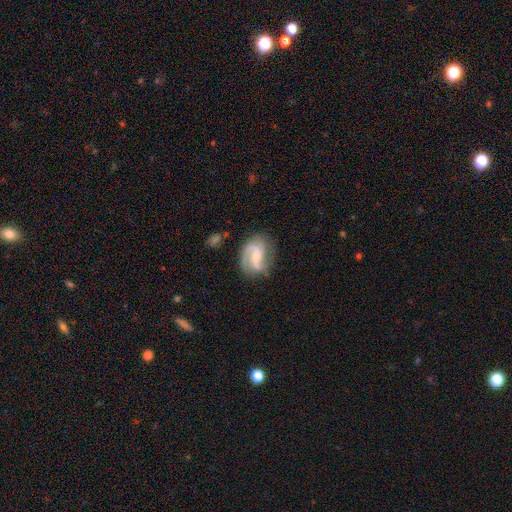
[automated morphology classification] Overall: featured or disk (82%). Edge-on disk: no (97%). Bar: weak (47%; no 37%). Spiral arms: yes (95%). Spiral arm count: 2 (78%). Spiral winding: medium (45%; loose 41%). Bulge size: small (54%; moderate 37%). Merging: none (70%).